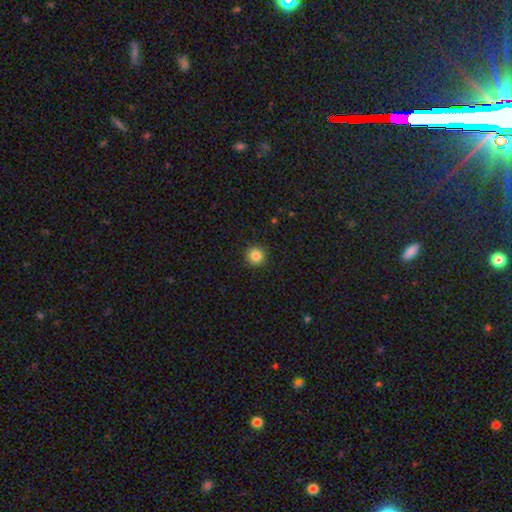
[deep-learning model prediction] A smooth galaxy with no disk features (85%) that is round (95%). Merging: none (92%).